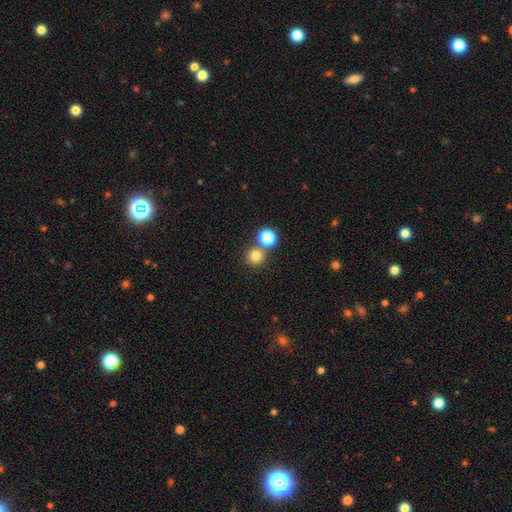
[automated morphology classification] smooth-or-featured: smooth: 78% | star or artifact: 15% | featured or disk: 7%
  how-rounded: round: 93% | in between: 6% | cigar-shaped: 1%
  merging: none: 70% | merger: 22% | minor disturbance: 6% | major disturbance: 2%